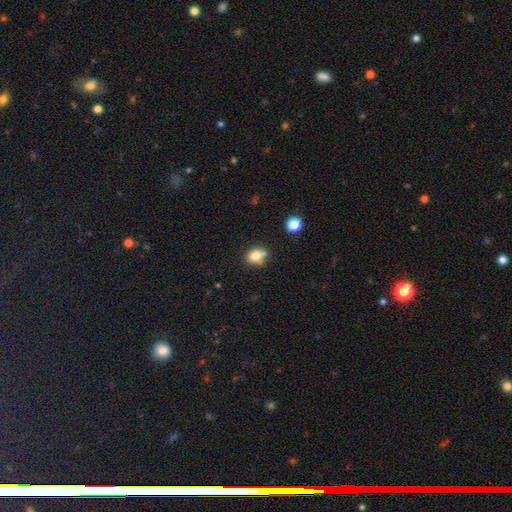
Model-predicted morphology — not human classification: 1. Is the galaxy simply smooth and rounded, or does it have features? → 78% smooth, 11% star or artifact, 11% featured or disk.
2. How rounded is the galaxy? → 57% round, 42% in between, 1% cigar-shaped.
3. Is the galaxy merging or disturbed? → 57% none, 22% merger, 17% minor disturbance, 4% major disturbance.